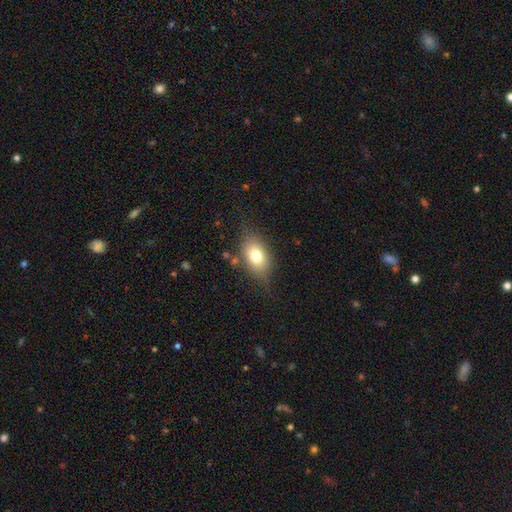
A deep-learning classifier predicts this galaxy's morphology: type=smooth (74%); roundness=in between (83%); merging=none (73%).